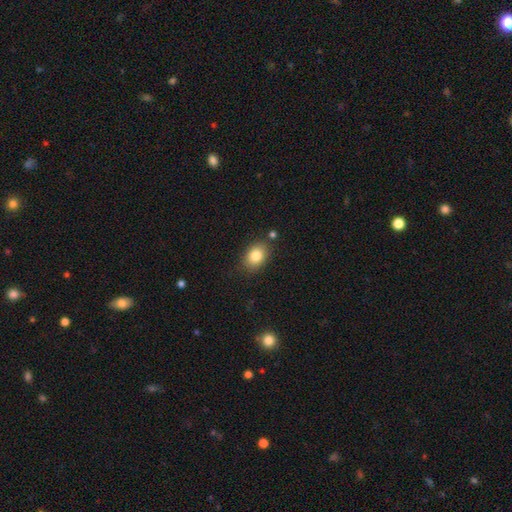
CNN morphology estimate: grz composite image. It shows a smooth galaxy with no disk features (83%) that is in between round and cigar-shaped (74%). Merging: none (81%).